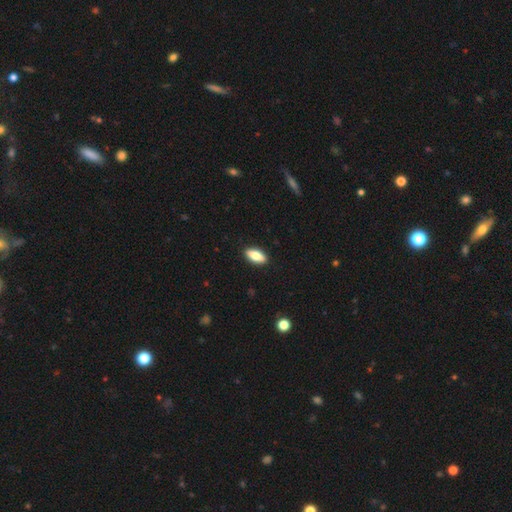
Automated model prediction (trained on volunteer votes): Overall: smooth (75%). How rounded: in between (84%). Merging: none (90%).